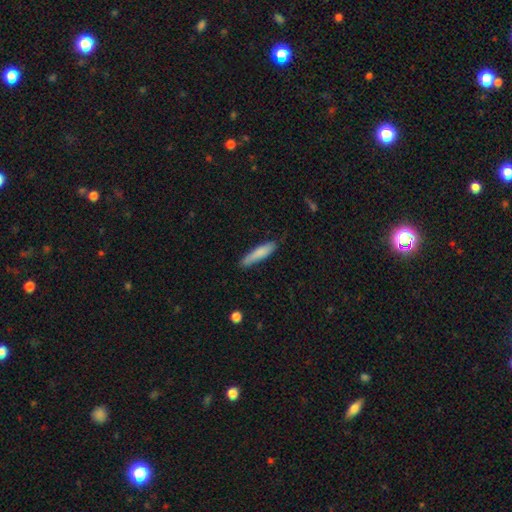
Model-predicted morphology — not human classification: A smooth galaxy with no disk features (77%) that is cigar-shaped (86%).

Vote fractions:
- Smooth or featured? smooth: 77% / featured or disk: 17% / star or artifact: 6%
- How rounded? cigar-shaped: 86% / in between: 13% / round: 1%
- Merging? none: 79% / minor disturbance: 17% / major disturbance: 3% / merger: 2%